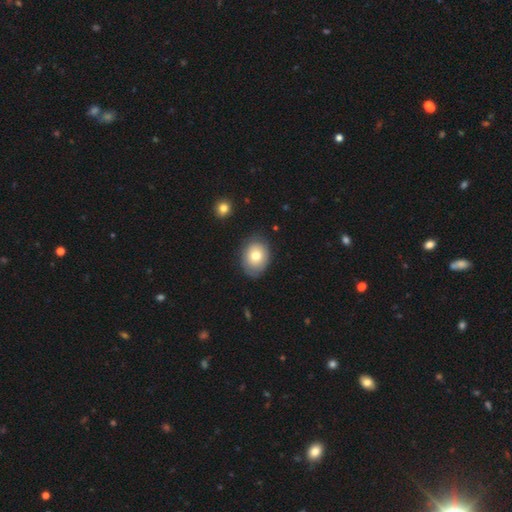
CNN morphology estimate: This appears to be a smooth galaxy with no disk features (73%) that is in between round and cigar-shaped (57%). Merging: none (80%).